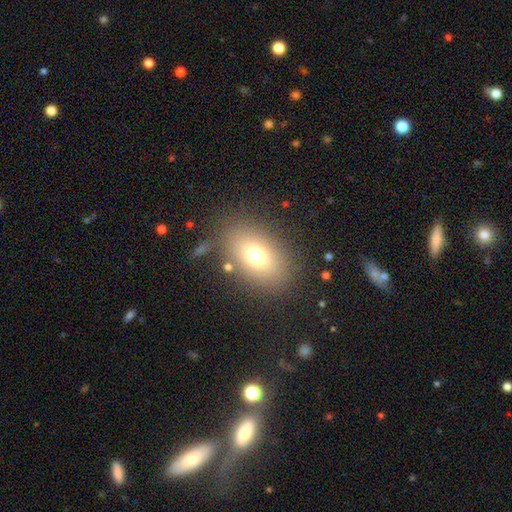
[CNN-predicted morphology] This appears to be a smooth galaxy with no disk features (71%) that is in between round and cigar-shaped (73%). Merging: none (81%).